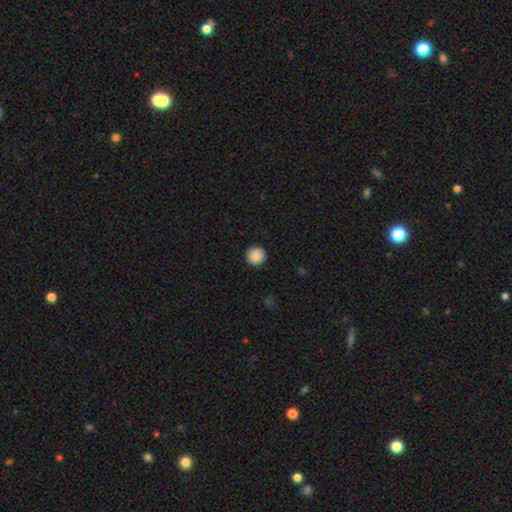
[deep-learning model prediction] Q: Smooth or featured?
A: smooth (89%); runner-up: star or artifact (8%)
Q: How rounded?
A: round (96%); runner-up: in between (3%)
Q: Merging?
A: none (93%); runner-up: minor disturbance (4%)